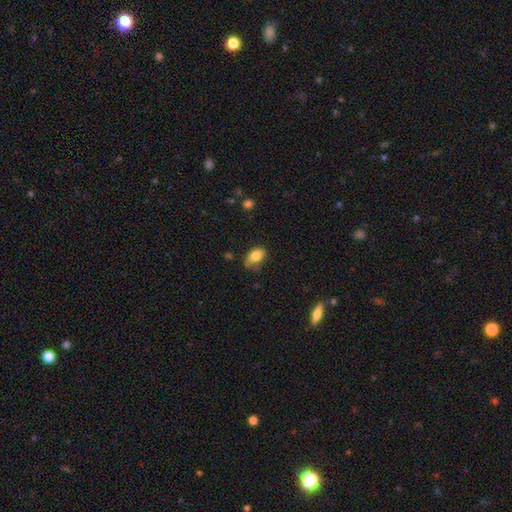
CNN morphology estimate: This is clearly a smooth galaxy (82%). How rounded: clearly in between (87%). Merging: possibly none (54%).